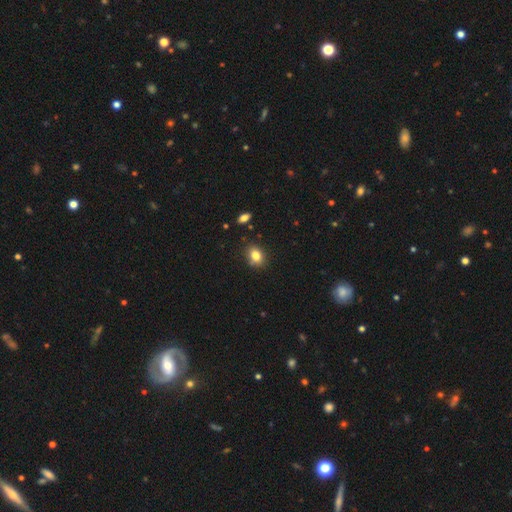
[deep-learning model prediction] smooth 82%, star or artifact 10%, featured or disk 8%. Down the decision tree: how rounded — in between (65%); merging — none (83%).